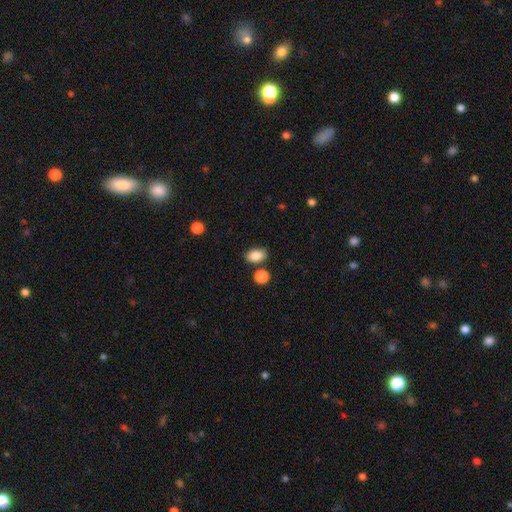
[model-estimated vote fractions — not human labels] The model was most divided on "merging": none: 77%, minor disturbance: 12%, merger: 8%, major disturbance: 3%. More confident: smooth or featured — smooth (86%); how rounded — in between (83%).